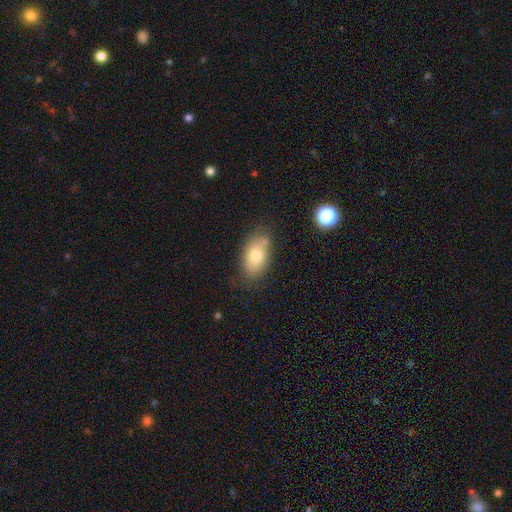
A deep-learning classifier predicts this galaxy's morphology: smooth_or_featured: smooth (p=0.75) [alt: featured or disk p=0.16]
how_rounded: in between (p=0.89) [alt: round p=0.08]
merging: none (p=0.71) [alt: minor disturbance p=0.18]